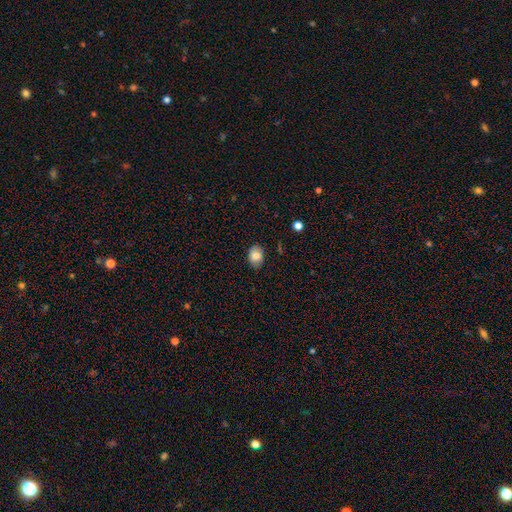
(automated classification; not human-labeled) Smooth or featured?
  - smooth: 82% *
  - featured or disk: 9%
  - star or artifact: 8%
How rounded?
  - in between: 67% *
  - round: 32%
  - cigar-shaped: 1%
Merging?
  - none: 86% *
  - minor disturbance: 11%
  - major disturbance: 2%
  - merger: 1%